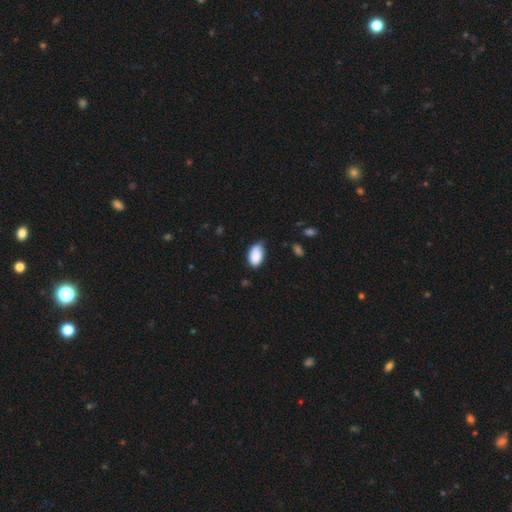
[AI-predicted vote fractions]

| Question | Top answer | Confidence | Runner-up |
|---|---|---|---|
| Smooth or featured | smooth | 88% | star or artifact (7%) |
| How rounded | in between | 94% | round (5%) |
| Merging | none | 58% | minor disturbance (34%) |